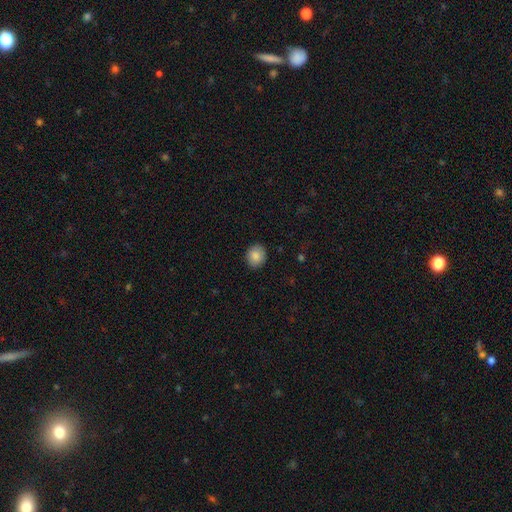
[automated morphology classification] smooth-or-featured: smooth: 87% | star or artifact: 8% | featured or disk: 5%
  how-rounded: round: 71% | in between: 28% | cigar-shaped: 1%
  merging: none: 90% | minor disturbance: 8% | major disturbance: 2% | merger: 1%